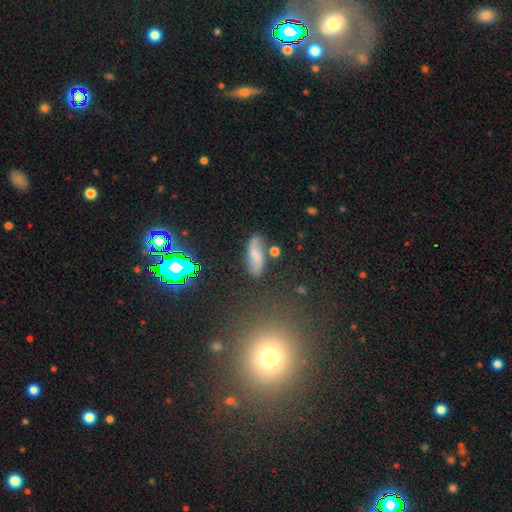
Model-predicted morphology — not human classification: The model was most divided on "smooth or featured": featured or disk: 51%, smooth: 36%, star or artifact: 13%. More confident: edge-on disk — no (90%); merging — none (62%).